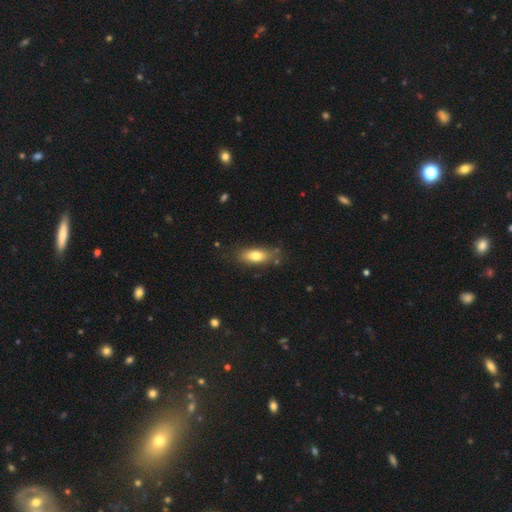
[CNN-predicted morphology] smooth-or-featured: smooth: 76% | featured or disk: 16% | star or artifact: 8%
  how-rounded: in between: 78% | cigar-shaped: 18% | round: 4%
  merging: none: 74% | minor disturbance: 18% | major disturbance: 5% | merger: 3%